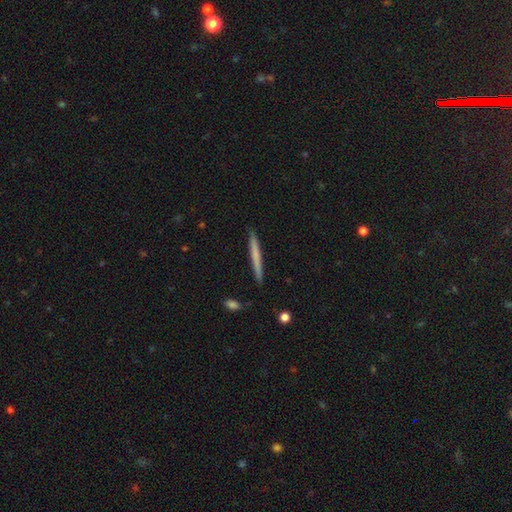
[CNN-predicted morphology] smooth_or_featured: smooth (p=0.61) [alt: featured or disk p=0.34]
how_rounded: cigar-shaped (p=0.97) [alt: in between p=0.02]
merging: none (p=0.91) [alt: minor disturbance p=0.06]